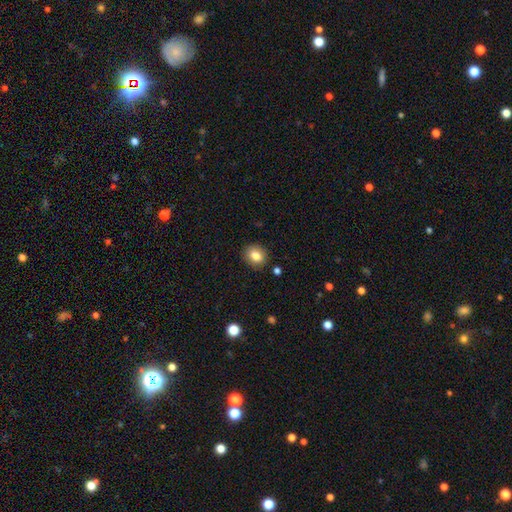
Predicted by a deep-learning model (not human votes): This appears to be a smooth galaxy with no disk features (83%) that is round (63%). Merging: none (88%).